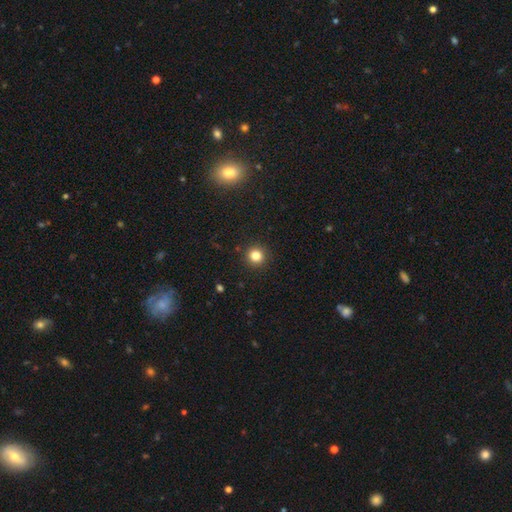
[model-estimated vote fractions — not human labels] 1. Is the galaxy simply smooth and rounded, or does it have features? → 83% smooth, 13% star or artifact, 5% featured or disk.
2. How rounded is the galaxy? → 94% round, 5% in between, 1% cigar-shaped.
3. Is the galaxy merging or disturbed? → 92% none, 5% minor disturbance, 2% major disturbance, 1% merger.